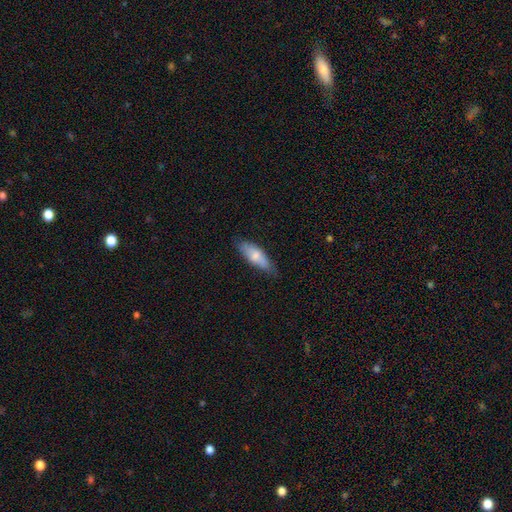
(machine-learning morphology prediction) A smooth galaxy with no disk features (73%) that is in between round and cigar-shaped (63%).

Vote fractions:
- Smooth or featured? smooth: 73% / featured or disk: 21% / star or artifact: 6%
- How rounded? in between: 63% / cigar-shaped: 36% / round: 2%
- Merging? none: 71% / minor disturbance: 23% / major disturbance: 4% / merger: 2%